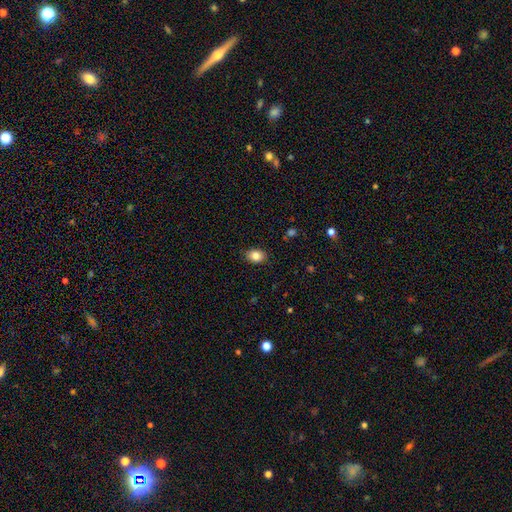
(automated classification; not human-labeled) Smooth or featured? smooth (85%)
How rounded? in between (73%)
Merging? none (87%)